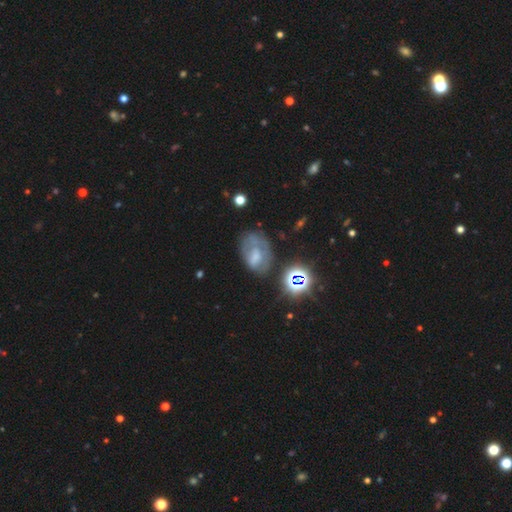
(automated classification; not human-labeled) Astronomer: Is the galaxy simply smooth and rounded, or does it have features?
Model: featured or disk — 46% (runner-up: smooth, 36%).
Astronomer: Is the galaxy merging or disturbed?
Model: none — 45% (runner-up: minor disturbance, 27%).